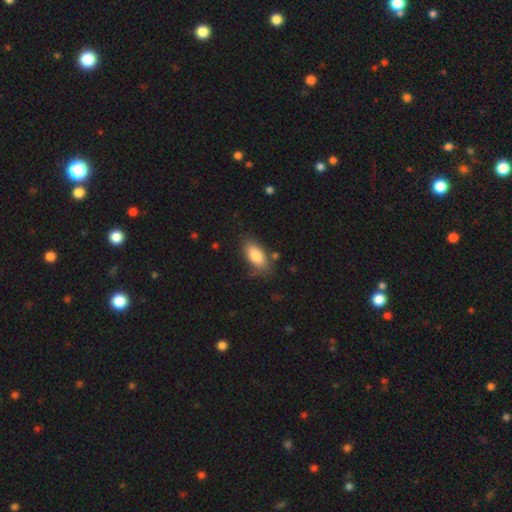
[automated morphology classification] The model was most divided on "merging": none: 72%, minor disturbance: 19%, major disturbance: 6%, merger: 4%. More confident: how rounded — in between (90%); smooth or featured — smooth (83%).